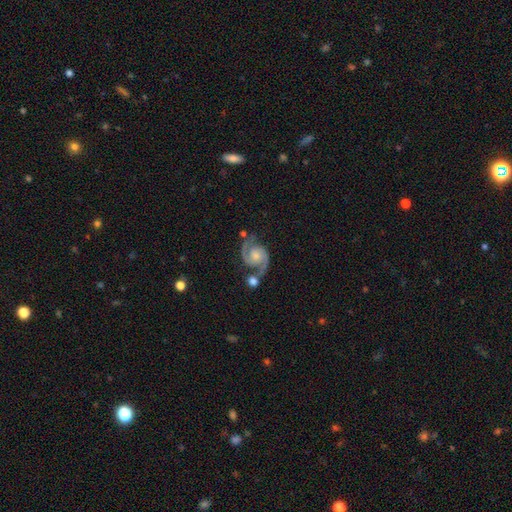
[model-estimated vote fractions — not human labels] The model was most divided on "bulge size": moderate: 43%, small: 41%, none: 9%, large: 5%, dominant: 2%. More confident: spiral arms — yes (98%); edge-on disk — no (98%); spiral arm count — 2 (94%); smooth or featured — featured or disk (92%); bar — no (69%); merging — none (62%); spiral winding — medium (58%).